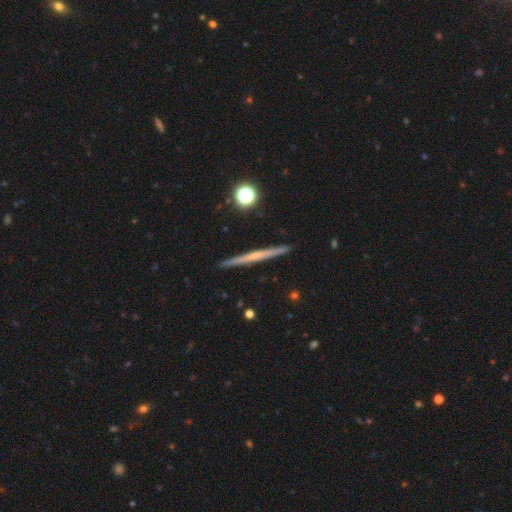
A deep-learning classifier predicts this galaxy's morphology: smooth_or_featured: featured or disk (p=0.65) [alt: smooth p=0.28]
disk_edge_on: yes (p=0.98) [alt: no p=0.02]
edge_on_bulge: none (p=0.56) [alt: rounded p=0.39]
merging: none (p=0.92) [alt: minor disturbance p=0.05]